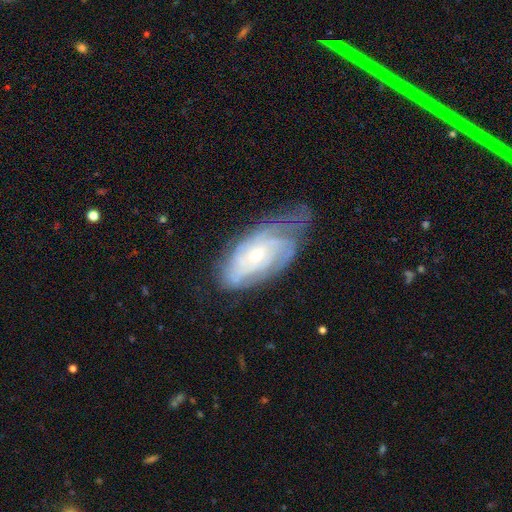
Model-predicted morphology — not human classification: Smooth or featured: featured or disk — 81% (smooth — 13%)
Edge-on disk: no — 93% (yes — 7%)
Bar: no — 70% (weak — 25%)
Spiral arms: yes — 93% (no — 7%)
Spiral winding: tight — 68% (medium — 25%)
Spiral arm count: can't tell — 45% (3 — 15%)
Bulge size: small — 55% (moderate — 41%)
Merging: none — 55% (minor disturbance — 29%)